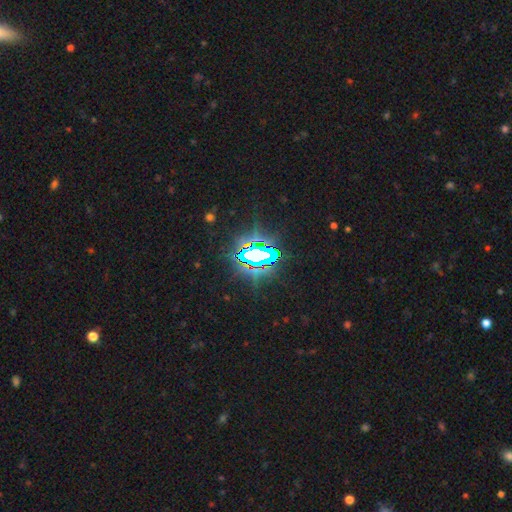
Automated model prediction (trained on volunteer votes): A star or artifact, not a galaxy (74%).

Vote fractions:
- Smooth or featured? star or artifact: 74% / smooth: 13% / featured or disk: 13%